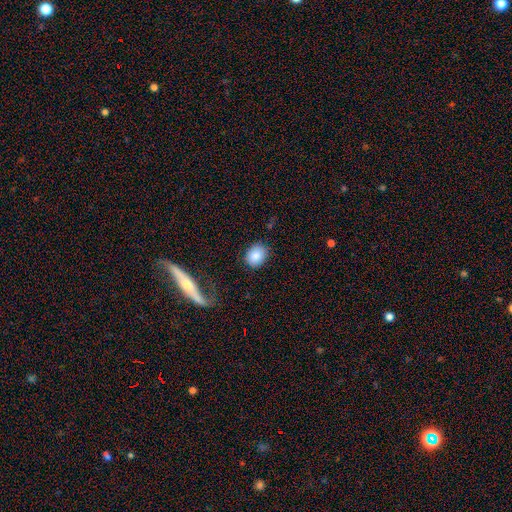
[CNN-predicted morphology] This appears to be a smooth galaxy with no disk features (84%) that is round (50%). Merging: none (82%).